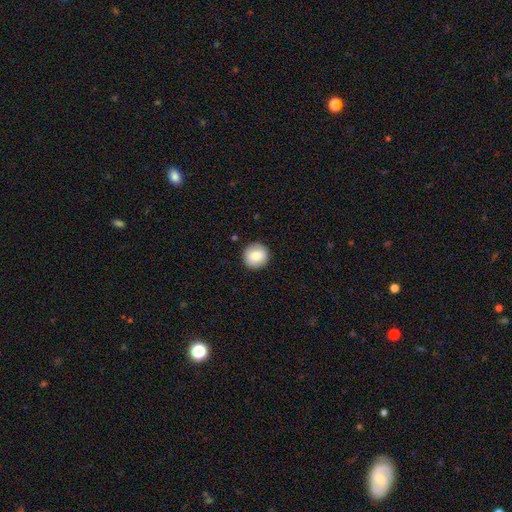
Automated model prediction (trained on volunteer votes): Morphology: type=smooth (80%); roundness=round (94%); merging=none (91%).